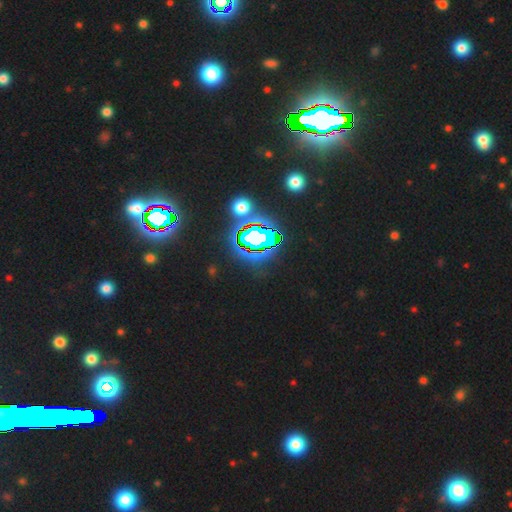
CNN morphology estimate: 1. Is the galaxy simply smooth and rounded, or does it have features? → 84% star or artifact, 9% smooth, 7% featured or disk.